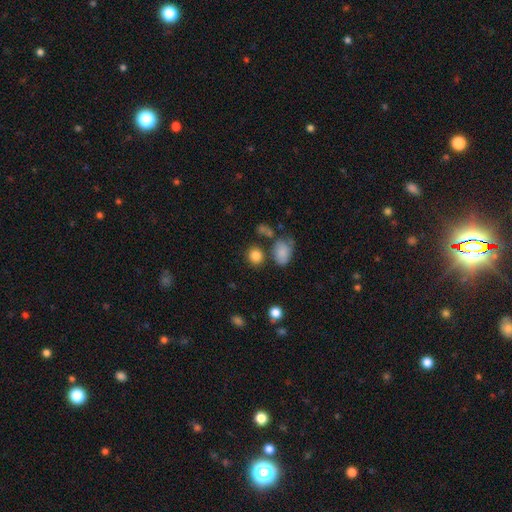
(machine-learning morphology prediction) This is clearly a smooth galaxy (84%). How rounded: likely round (70%). Merging: likely none (71%).